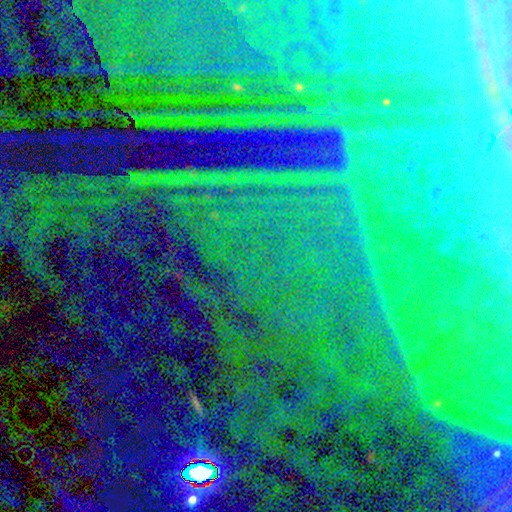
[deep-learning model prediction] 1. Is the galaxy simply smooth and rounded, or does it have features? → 88% star or artifact, 7% featured or disk, 6% smooth.